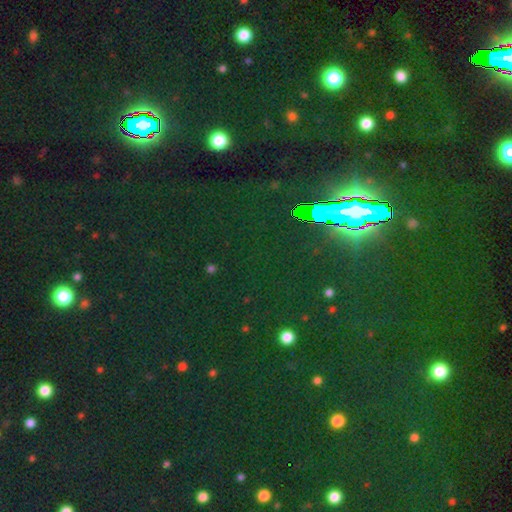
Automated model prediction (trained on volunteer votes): Smooth or featured? star or artifact (78%)